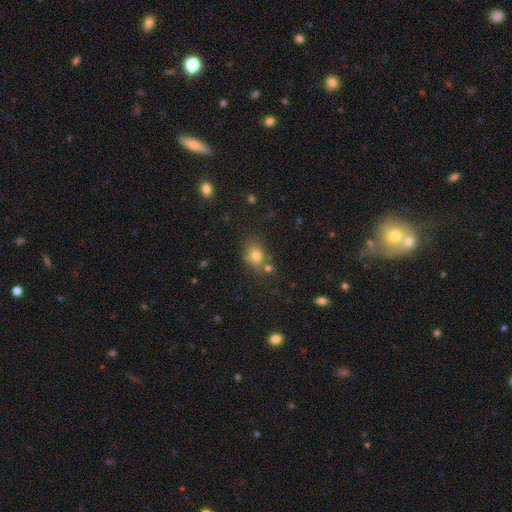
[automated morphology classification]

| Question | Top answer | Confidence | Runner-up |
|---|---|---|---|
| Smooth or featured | smooth | 76% | star or artifact (14%) |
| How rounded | in between | 52% | round (47%) |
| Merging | none | 63% | minor disturbance (16%) |